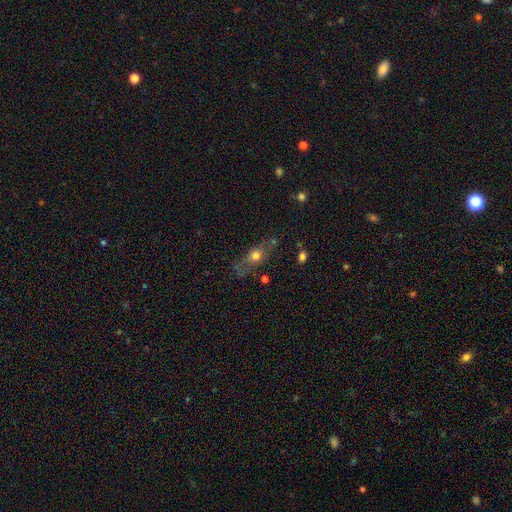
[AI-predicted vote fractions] smooth 58%, featured or disk 31%, star or artifact 11%. Down the decision tree: how rounded — in between (52%); merging — none (63%).